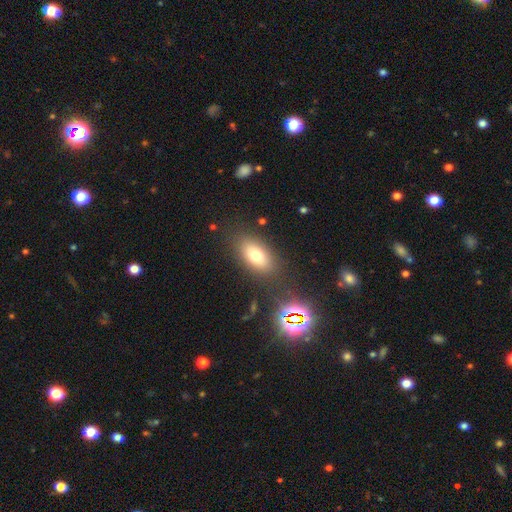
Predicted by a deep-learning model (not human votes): A smooth galaxy with no disk features (75%) that is in between round and cigar-shaped (87%).

Vote fractions:
- Smooth or featured? smooth: 75% / featured or disk: 14% / star or artifact: 11%
- How rounded? in between: 87% / round: 7% / cigar-shaped: 6%
- Merging? none: 80% / minor disturbance: 11% / major disturbance: 4% / merger: 4%